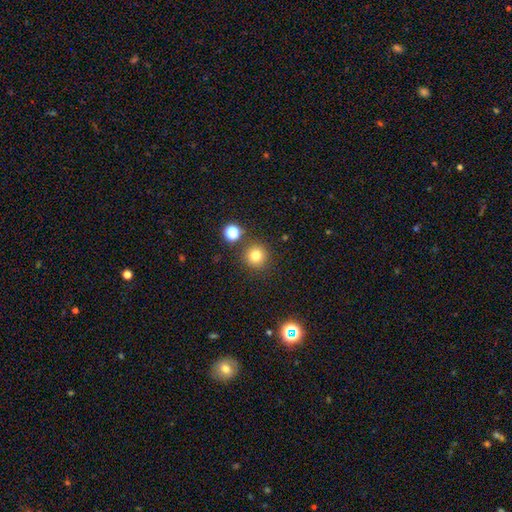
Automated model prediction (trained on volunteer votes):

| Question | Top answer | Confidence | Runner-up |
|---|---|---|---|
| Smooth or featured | smooth | 78% | star or artifact (15%) |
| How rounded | round | 95% | in between (4%) |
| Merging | none | 86% | minor disturbance (7%) |